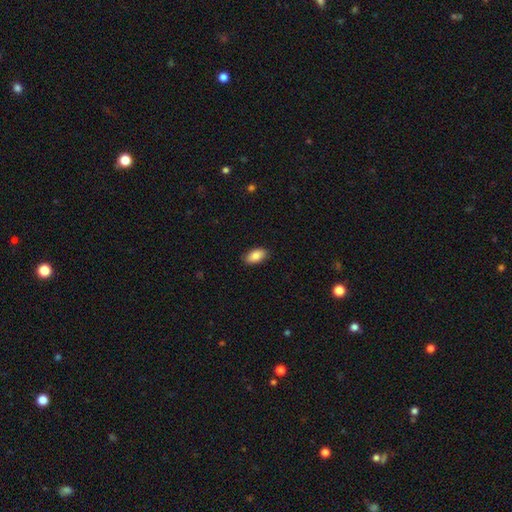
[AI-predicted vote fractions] This appears to be a smooth galaxy with no disk features (87%) that is in between round and cigar-shaped (94%). Merging: none (87%).